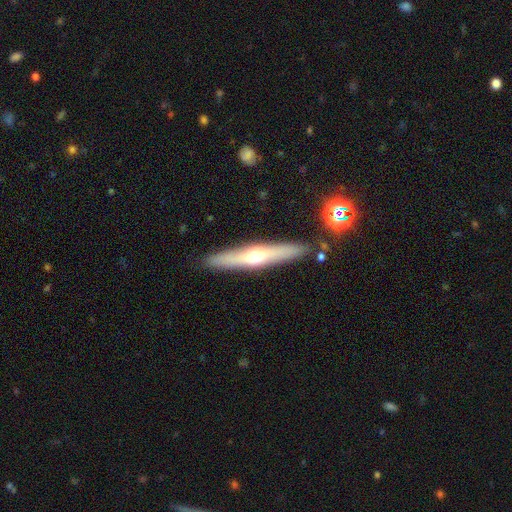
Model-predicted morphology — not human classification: featured or disk 59%, smooth 33%, star or artifact 7%. Down the decision tree: edge-on disk — yes (93%); edge-on bulge — rounded (85%); merging — none (88%).